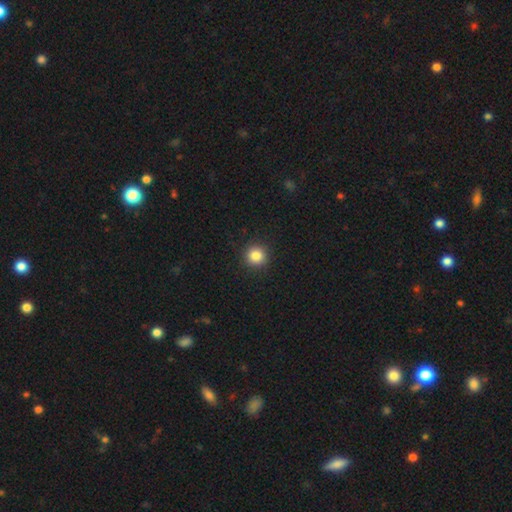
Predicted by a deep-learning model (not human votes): smooth 85%, star or artifact 11%, featured or disk 4%. Down the decision tree: how rounded — round (94%); merging — none (92%).